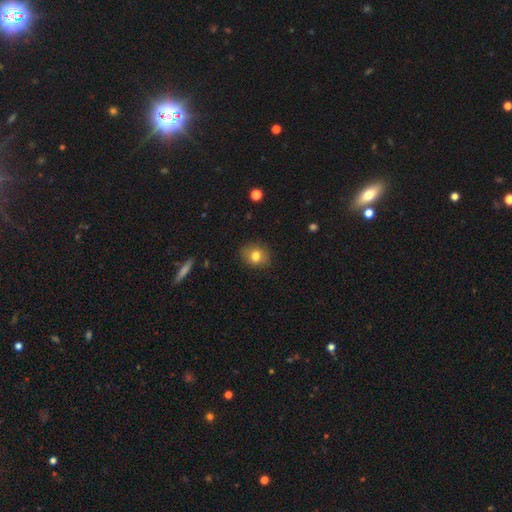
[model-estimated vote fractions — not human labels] A smooth galaxy with no disk features (78%) that is round (64%). Merging: none (85%).